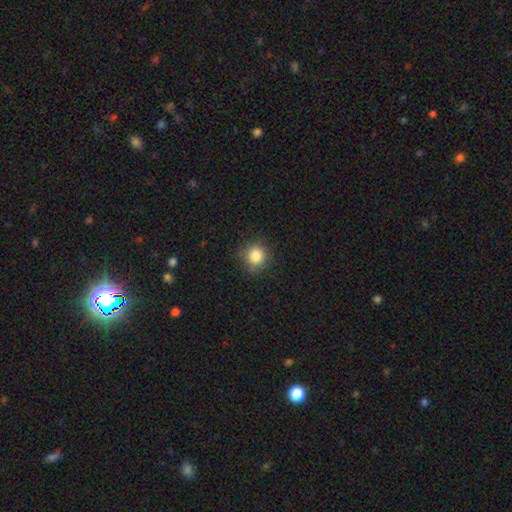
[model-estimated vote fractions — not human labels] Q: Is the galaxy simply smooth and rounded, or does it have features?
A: smooth — 83%.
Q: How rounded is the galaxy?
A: round — 91%.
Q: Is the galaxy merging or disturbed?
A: none — 83%.